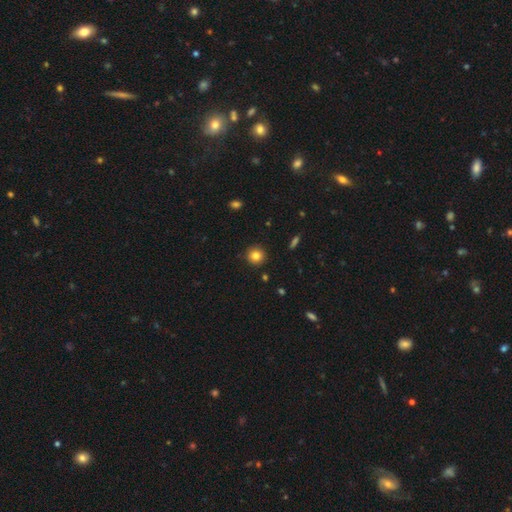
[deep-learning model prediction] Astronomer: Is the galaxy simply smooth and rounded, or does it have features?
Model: smooth — 82%.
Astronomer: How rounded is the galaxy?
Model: round — 94%.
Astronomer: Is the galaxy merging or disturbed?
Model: none — 91%.